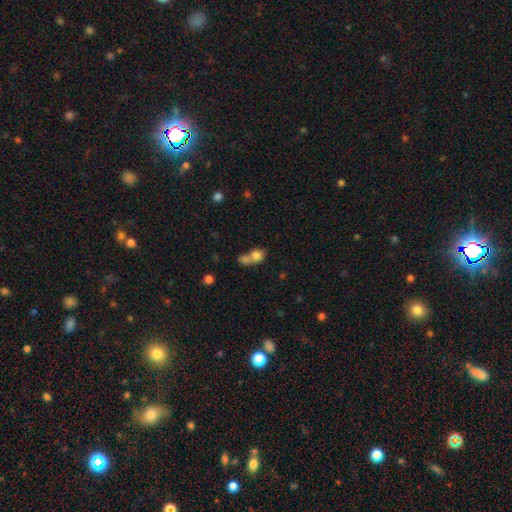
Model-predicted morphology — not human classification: Q: Smooth or featured?
A: smooth (78%); runner-up: featured or disk (12%)
Q: How rounded?
A: round (54%); runner-up: in between (44%)
Q: Merging?
A: merger (65%); runner-up: none (24%)